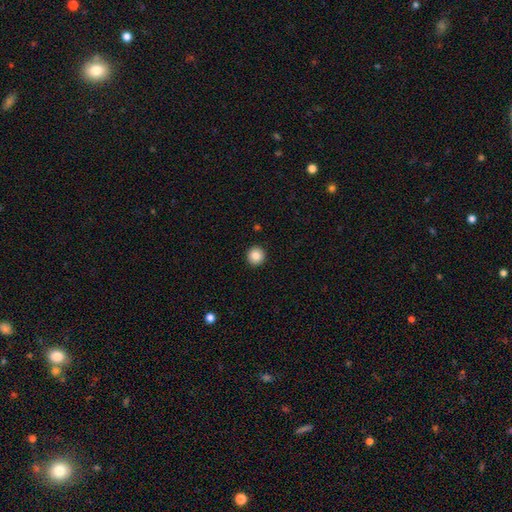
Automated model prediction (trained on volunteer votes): smooth-or-featured: smooth: 85% | star or artifact: 9% | featured or disk: 5%
  how-rounded: round: 95% | in between: 4% | cigar-shaped: 1%
  merging: none: 93% | minor disturbance: 4% | major disturbance: 1% | merger: 1%